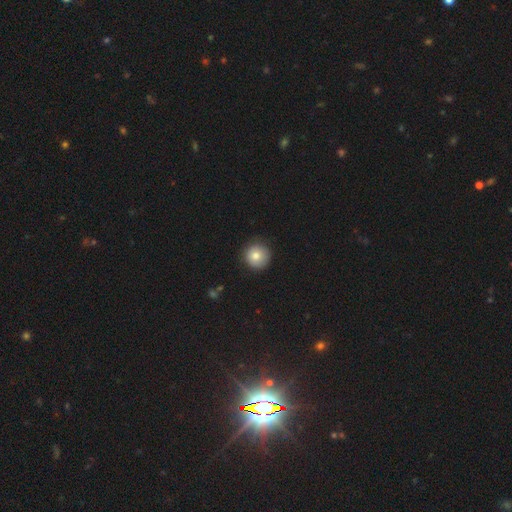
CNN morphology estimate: A smooth galaxy with no disk features (80%) that is round (95%).

Vote fractions:
- Smooth or featured? smooth: 80% / featured or disk: 11% / star or artifact: 9%
- How rounded? round: 95% / in between: 4% / cigar-shaped: 1%
- Merging? none: 87% / minor disturbance: 10% / major disturbance: 2% / merger: 1%